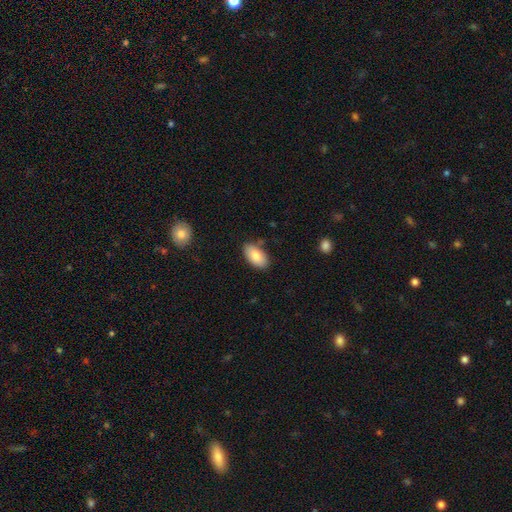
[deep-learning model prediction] A smooth galaxy with no disk features (83%) that is in between round and cigar-shaped (95%).

Vote fractions:
- Smooth or featured? smooth: 83% / featured or disk: 10% / star or artifact: 6%
- How rounded? in between: 95% / round: 3% / cigar-shaped: 2%
- Merging? none: 82% / minor disturbance: 13% / merger: 2% / major disturbance: 2%